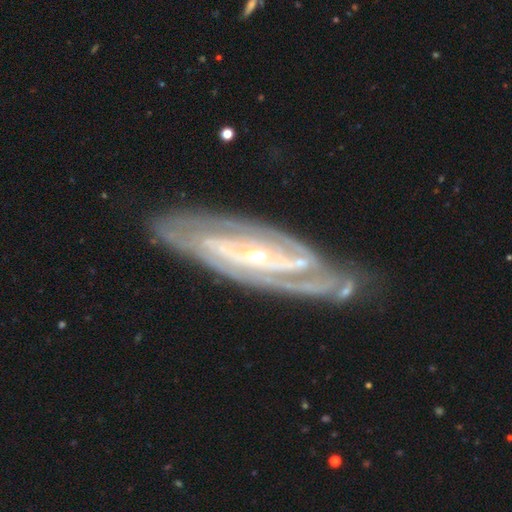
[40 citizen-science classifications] smooth-or-featured: featured or disk: 78% | smooth: 12% | star or artifact: 10%
  disk-edge-on: no: 90% | yes: 10%
    bar: no: 61% | weak: 32% | strong: 7%
    has-spiral-arms: yes: 93% | no: 7%
      spiral-winding: tight: 81% | medium: 15% | loose: 4%
      spiral-arm-count: 2: 62% | can't tell: 19% | 3: 15% | more than 4: 4% | 1: 0% | 4: 0%
    bulge-size: small: 64% | moderate: 36% | dominant: 0% | large: 0% | none: 0%
  merging: none: 67% | minor disturbance: 17% | merger: 11% | major disturbance: 6%